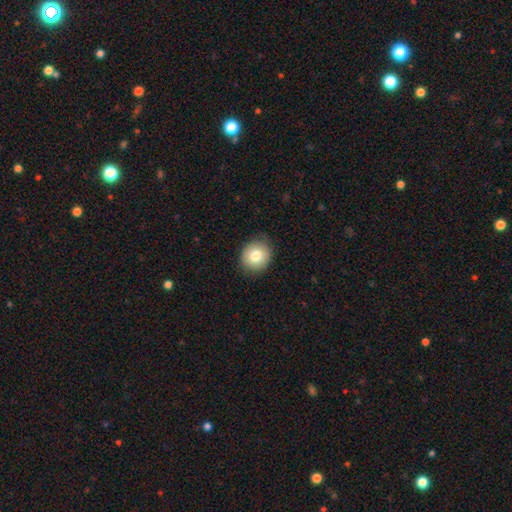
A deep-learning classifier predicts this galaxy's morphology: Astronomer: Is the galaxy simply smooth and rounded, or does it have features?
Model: smooth — 80%.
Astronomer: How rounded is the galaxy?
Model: round — 77%.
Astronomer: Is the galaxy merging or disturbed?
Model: none — 85%.